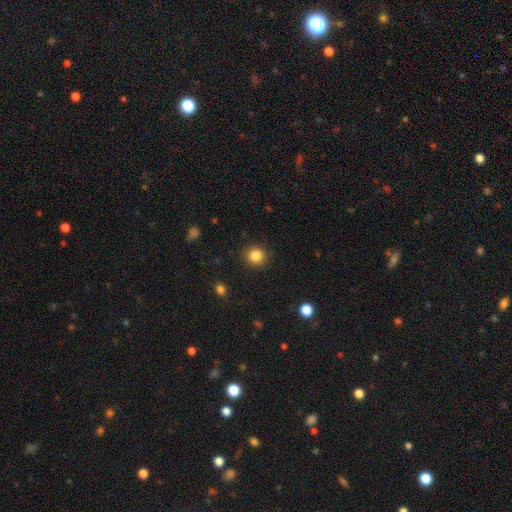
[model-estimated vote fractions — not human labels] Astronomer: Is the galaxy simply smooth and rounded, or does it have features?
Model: smooth — 85%.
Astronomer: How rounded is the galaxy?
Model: round — 90%.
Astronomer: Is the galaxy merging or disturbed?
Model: none — 91%.